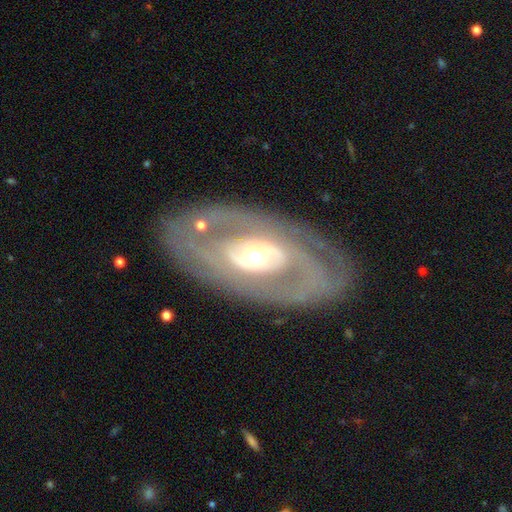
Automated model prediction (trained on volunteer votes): A featured or disk galaxy (81%) with no bar (52%), spiral arms (65%) and a moderate central bulge (66%). Merging: none (80%).